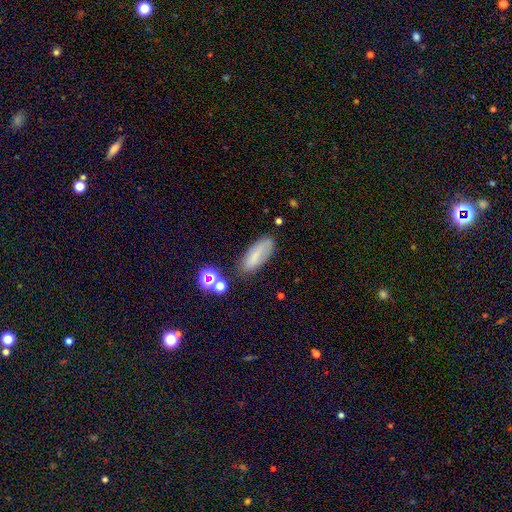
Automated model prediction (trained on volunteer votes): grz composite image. It shows a smooth galaxy with no disk features (67%) that is in between round and cigar-shaped (71%). Merging: none (69%).